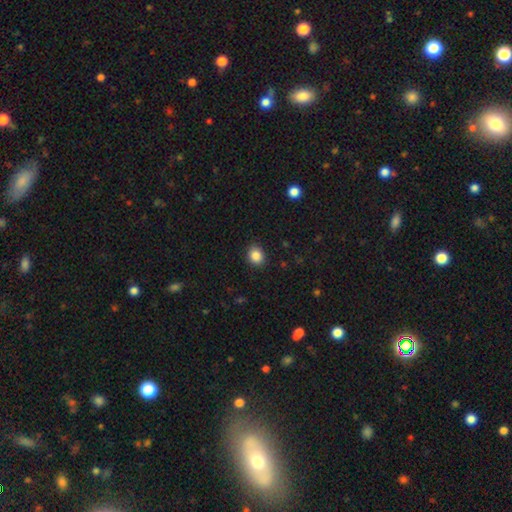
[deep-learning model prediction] Q: Smooth or featured?
A: smooth (86%); runner-up: star or artifact (10%)
Q: How rounded?
A: round (63%); runner-up: in between (36%)
Q: Merging?
A: none (88%); runner-up: minor disturbance (9%)